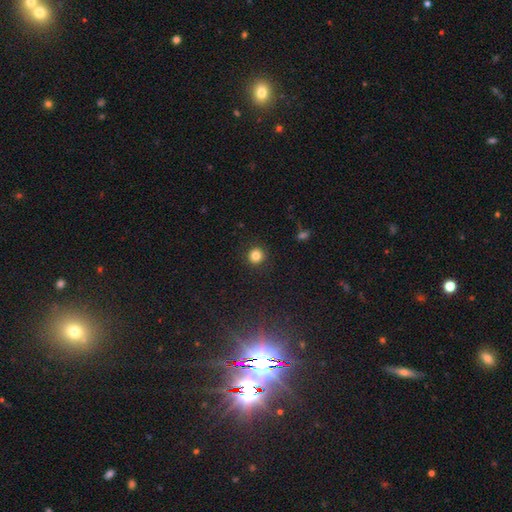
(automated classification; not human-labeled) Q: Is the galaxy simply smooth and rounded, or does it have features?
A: smooth — 83%.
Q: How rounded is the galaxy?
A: round — 93%.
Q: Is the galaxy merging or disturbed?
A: none — 92%.